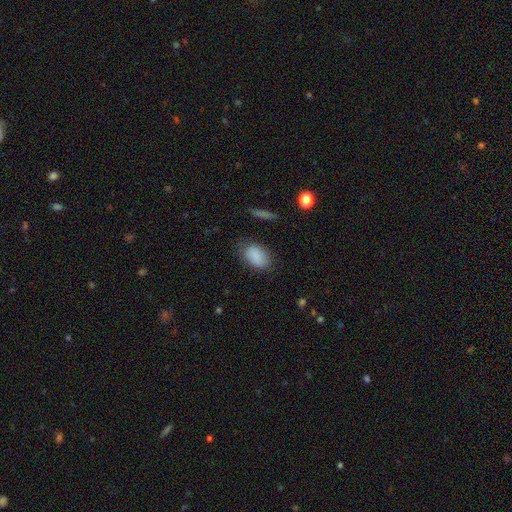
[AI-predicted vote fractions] smooth-or-featured: smooth: 87% | star or artifact: 8% | featured or disk: 6%
  how-rounded: in between: 87% | round: 11% | cigar-shaped: 1%
  merging: none: 73% | minor disturbance: 19% | major disturbance: 6% | merger: 2%